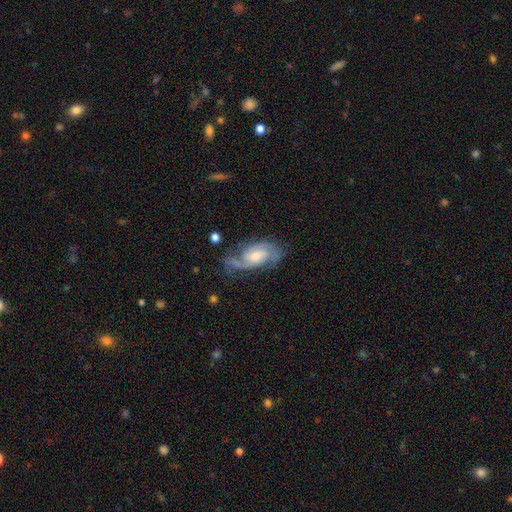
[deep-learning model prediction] Smooth or featured? Predicted: featured or disk (p=0.83). Edge-on disk? Predicted: no (p=0.96). Bar? Predicted: no (p=0.54). Spiral arms? Predicted: yes (p=0.96). Spiral winding? Predicted: medium (p=0.47). Spiral arm count? Predicted: 2 (p=0.66). Bulge size? Predicted: moderate (p=0.49). Merging? Predicted: none (p=0.63).